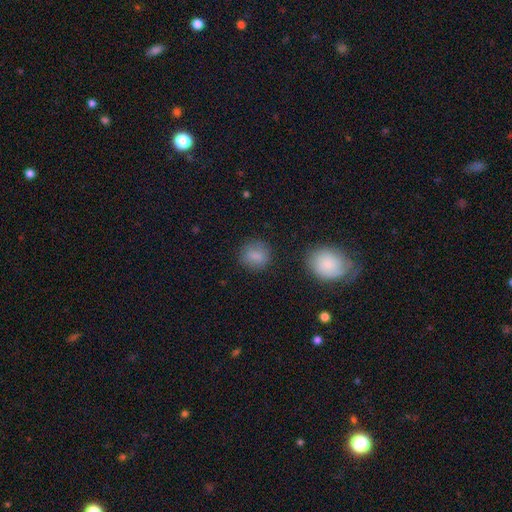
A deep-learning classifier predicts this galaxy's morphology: A smooth galaxy with no disk features (83%) that is round (79%).

Vote fractions:
- Smooth or featured? smooth: 83% / star or artifact: 9% / featured or disk: 8%
- How rounded? round: 79% / in between: 20% / cigar-shaped: 1%
- Merging? none: 83% / minor disturbance: 11% / major disturbance: 4% / merger: 2%